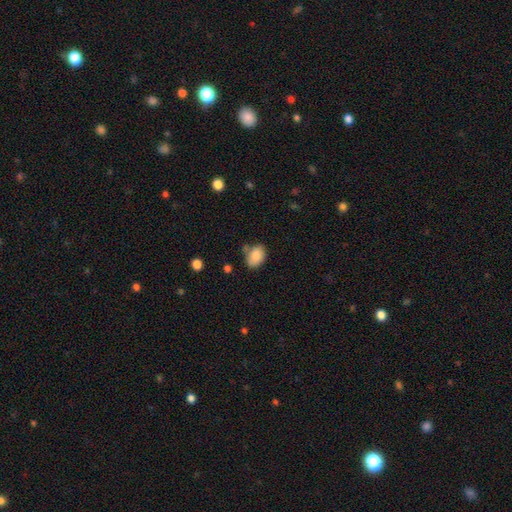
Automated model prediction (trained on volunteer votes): smooth-or-featured: smooth: 83% | featured or disk: 9% | star or artifact: 8%
  how-rounded: in between: 76% | round: 22% | cigar-shaped: 1%
  merging: none: 57% | minor disturbance: 28% | merger: 8% | major disturbance: 7%